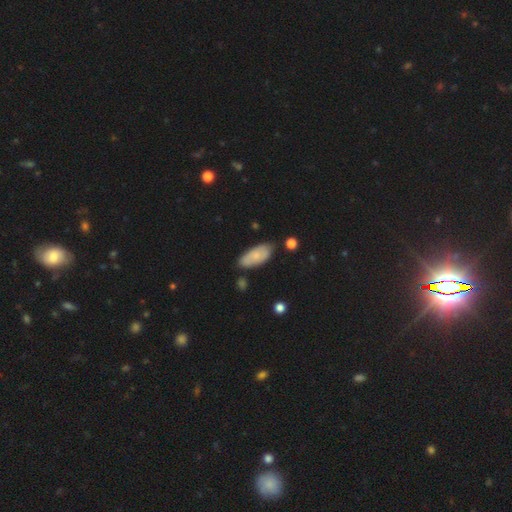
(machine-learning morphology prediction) smooth_or_featured: smooth (p=0.70) [alt: featured or disk p=0.24]
how_rounded: in between (p=0.88) [alt: cigar-shaped p=0.10]
merging: none (p=0.72) [alt: minor disturbance p=0.20]